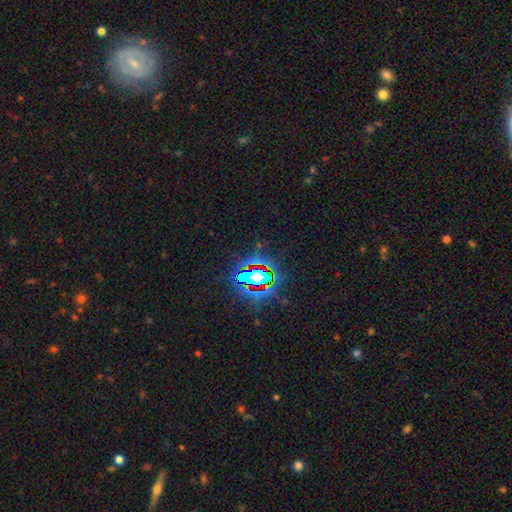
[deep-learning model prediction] Q: Smooth or featured?
A: star or artifact (81%); runner-up: smooth (11%)